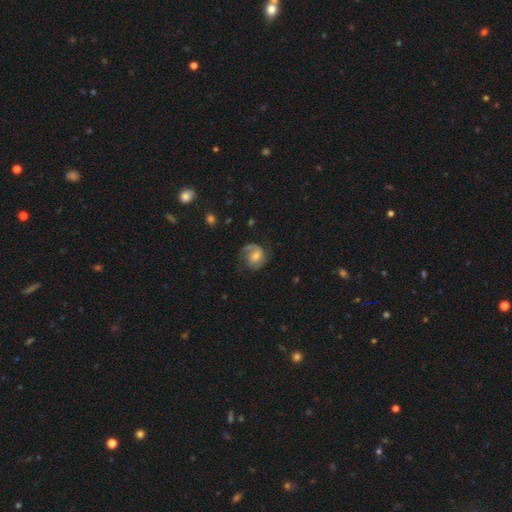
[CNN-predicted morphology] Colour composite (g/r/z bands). It shows a featured or disk galaxy (65%) with no bar (57%), 1 (50%) medium (42%) spiral arms (89%) and a moderate central bulge (52%). Merging: none (57%).